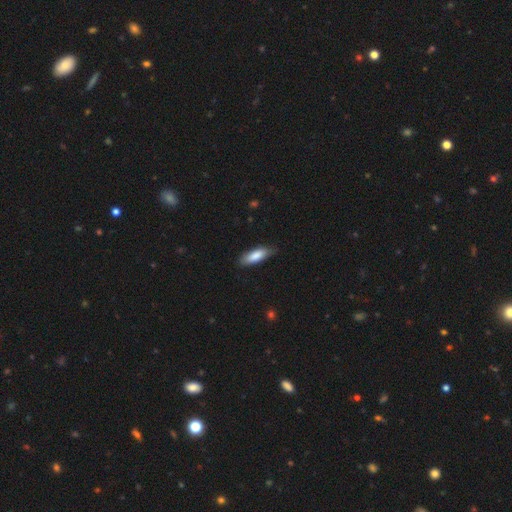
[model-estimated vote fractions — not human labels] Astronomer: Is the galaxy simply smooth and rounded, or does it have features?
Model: smooth — 82%.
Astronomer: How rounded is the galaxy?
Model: in between — 60% (runner-up: cigar-shaped, 39%).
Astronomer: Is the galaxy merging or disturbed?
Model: none — 78%.